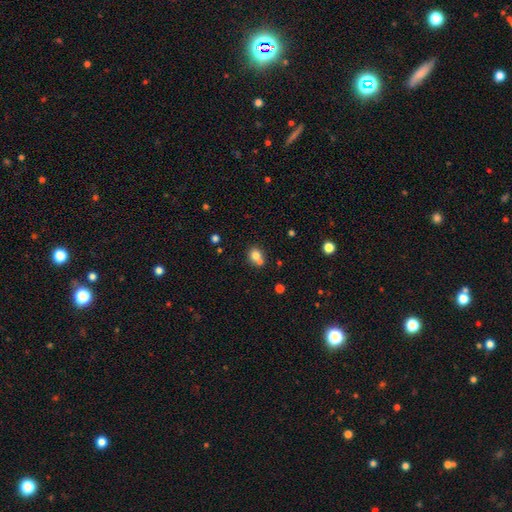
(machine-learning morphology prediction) Smooth or featured? Predicted: smooth (p=0.77). How rounded? Predicted: round (p=0.74). Merging? Predicted: none (p=0.48).